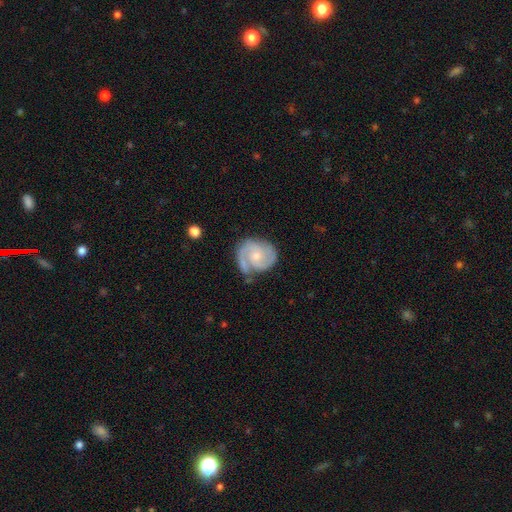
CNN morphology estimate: The model was most divided on "spiral winding": tight: 47%, medium: 43%, loose: 10%. More confident: edge-on disk — no (98%); spiral arms — yes (96%); smooth or featured — featured or disk (85%); spiral arm count — 2 (77%); merging — none (65%); bar — no (65%); bulge size — small (63%).